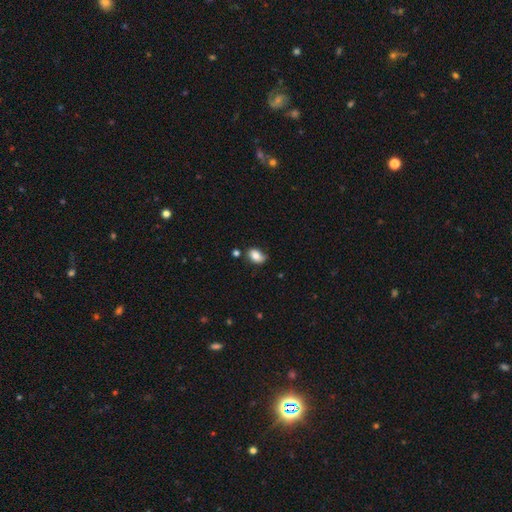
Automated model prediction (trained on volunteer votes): Q: Smooth or featured?
A: smooth (81%); runner-up: featured or disk (10%)
Q: How rounded?
A: in between (84%); runner-up: round (15%)
Q: Merging?
A: none (70%); runner-up: minor disturbance (22%)